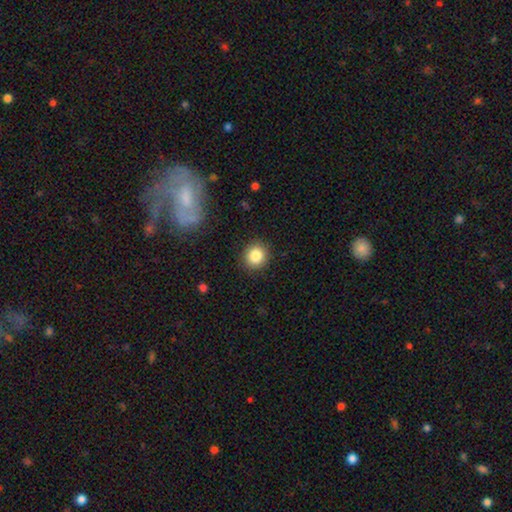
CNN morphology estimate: This appears to be a smooth galaxy with no disk features (84%) that is round (88%). Merging: none (90%).